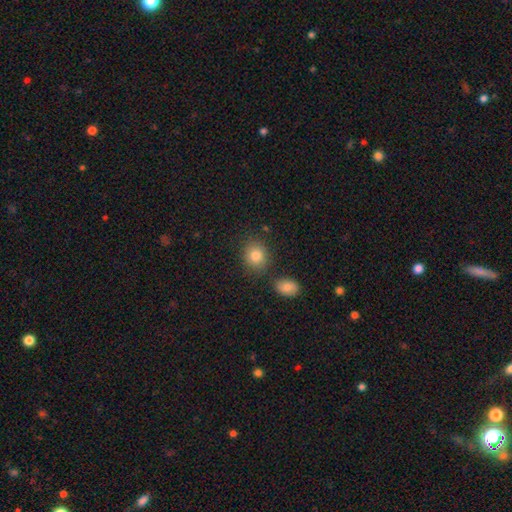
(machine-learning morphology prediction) This is clearly a smooth galaxy (83%). How rounded: likely round (69%). Merging: likely none (79%).